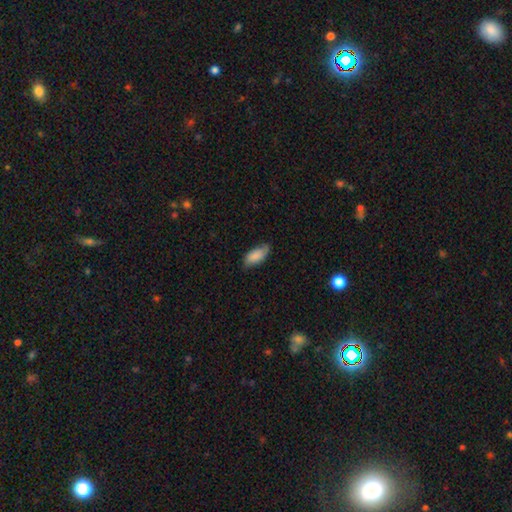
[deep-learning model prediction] A smooth galaxy with no disk features (78%) that is in between round and cigar-shaped (89%).

Vote fractions:
- Smooth or featured? smooth: 78% / featured or disk: 16% / star or artifact: 6%
- How rounded? in between: 89% / cigar-shaped: 8% / round: 2%
- Merging? none: 67% / minor disturbance: 27% / major disturbance: 5% / merger: 1%